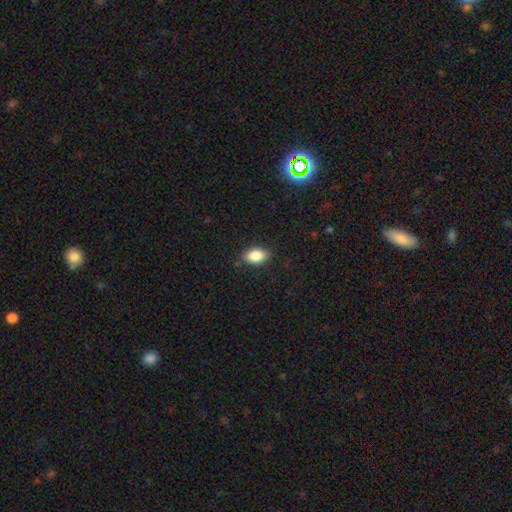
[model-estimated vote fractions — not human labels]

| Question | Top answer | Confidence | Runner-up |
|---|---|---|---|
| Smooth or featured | smooth | 86% | star or artifact (8%) |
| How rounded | in between | 90% | round (7%) |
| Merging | none | 85% | minor disturbance (11%) |